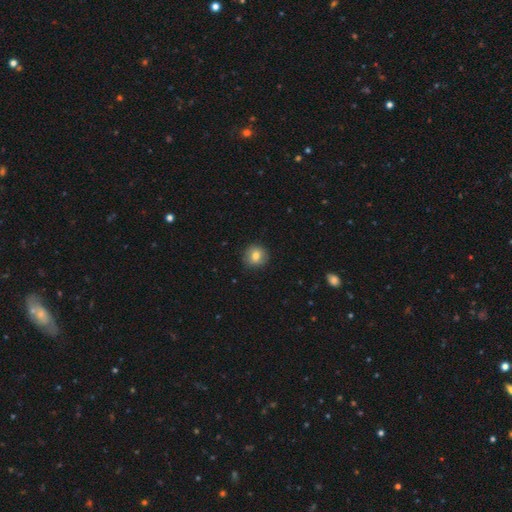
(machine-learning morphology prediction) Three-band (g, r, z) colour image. It shows a smooth galaxy with no disk features (78%) that is round (87%). Merging: none (86%).